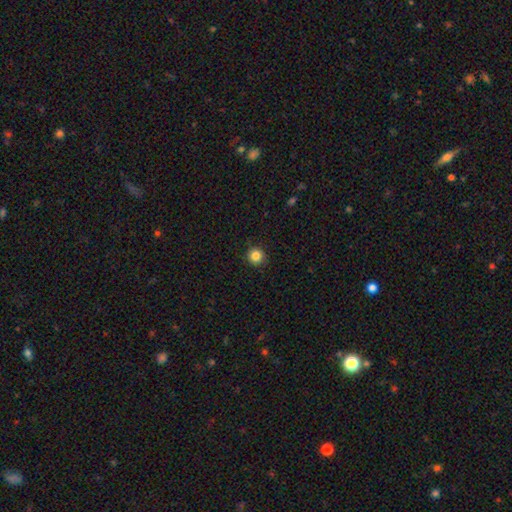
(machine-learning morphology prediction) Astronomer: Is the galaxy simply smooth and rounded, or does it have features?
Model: smooth — 84%.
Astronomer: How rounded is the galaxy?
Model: round — 94%.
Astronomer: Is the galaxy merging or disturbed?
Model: none — 91%.